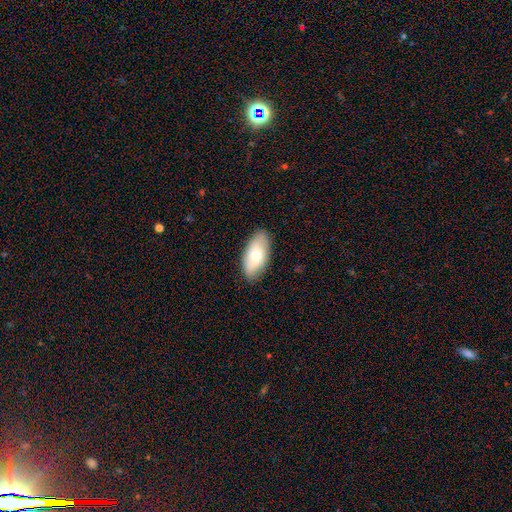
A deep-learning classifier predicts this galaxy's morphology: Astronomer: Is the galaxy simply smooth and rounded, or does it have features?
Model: smooth — 73%.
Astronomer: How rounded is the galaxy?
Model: in between — 92%.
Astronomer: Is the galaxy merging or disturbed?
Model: none — 85%.